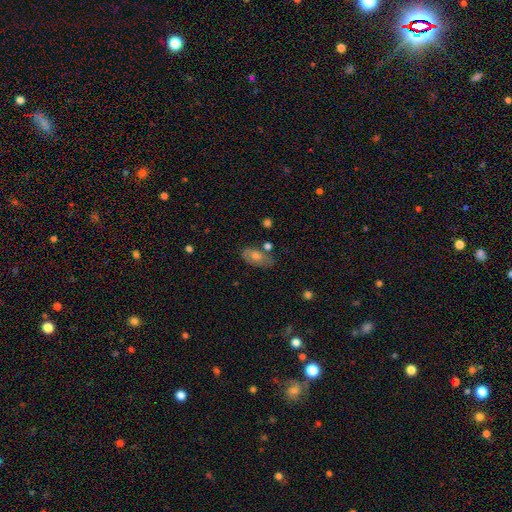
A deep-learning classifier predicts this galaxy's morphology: Smooth or featured? Predicted: smooth (p=0.47). Merging? Predicted: none (p=0.68).